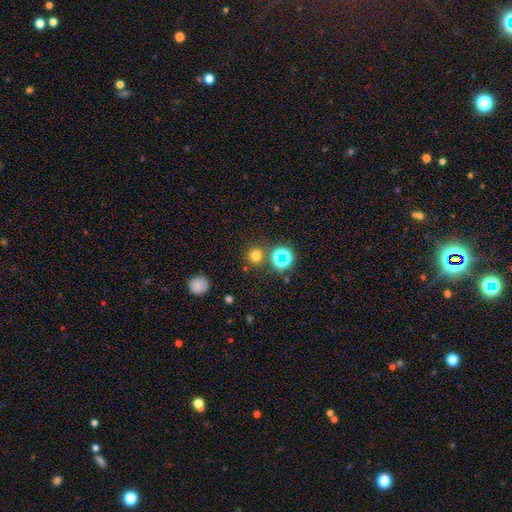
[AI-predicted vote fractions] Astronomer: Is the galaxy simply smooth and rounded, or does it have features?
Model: smooth — 69%.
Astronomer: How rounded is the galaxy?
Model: round — 92%.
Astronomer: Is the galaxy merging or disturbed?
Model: none — 81%.